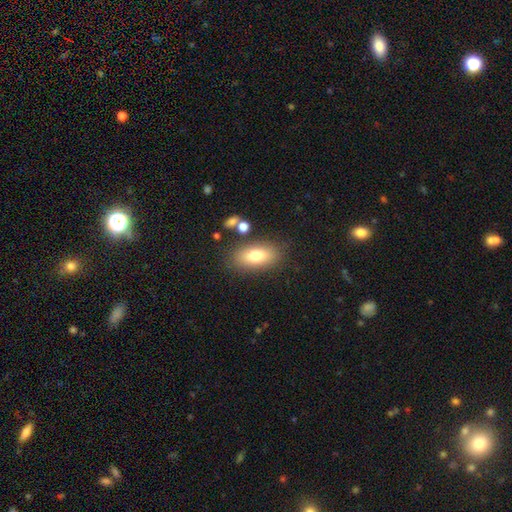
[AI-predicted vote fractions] Q: Smooth or featured?
A: smooth (76%); runner-up: featured or disk (15%)
Q: How rounded?
A: in between (87%); runner-up: cigar-shaped (8%)
Q: Merging?
A: none (80%); runner-up: minor disturbance (12%)